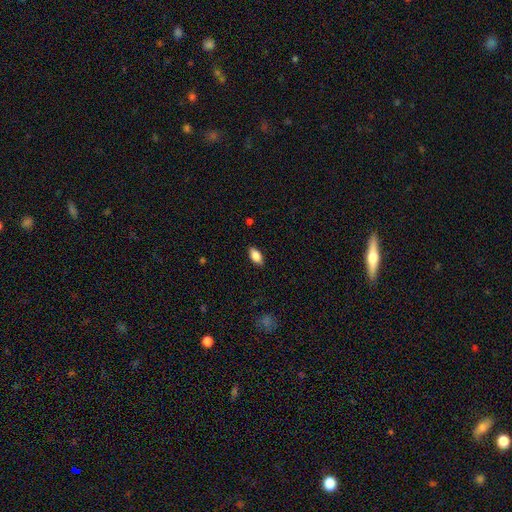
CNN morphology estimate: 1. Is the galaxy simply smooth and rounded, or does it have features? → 83% smooth, 10% featured or disk, 7% star or artifact.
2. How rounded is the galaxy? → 89% in between, 7% cigar-shaped, 3% round.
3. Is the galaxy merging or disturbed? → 86% none, 10% minor disturbance, 2% major disturbance, 1% merger.